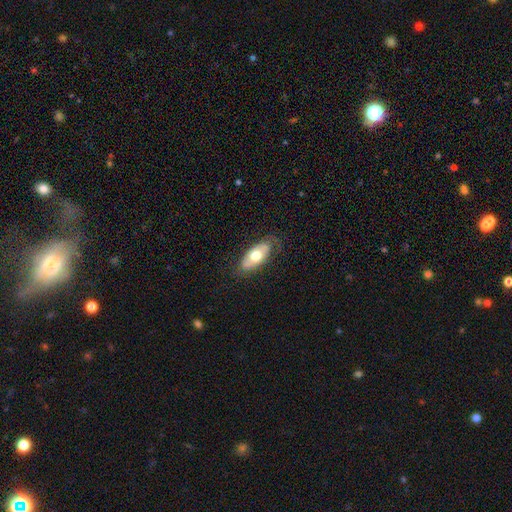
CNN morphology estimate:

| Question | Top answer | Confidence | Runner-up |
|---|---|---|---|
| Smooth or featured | smooth | 56% | featured or disk (38%) |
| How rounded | in between | 88% | cigar-shaped (8%) |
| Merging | none | 75% | minor disturbance (18%) |